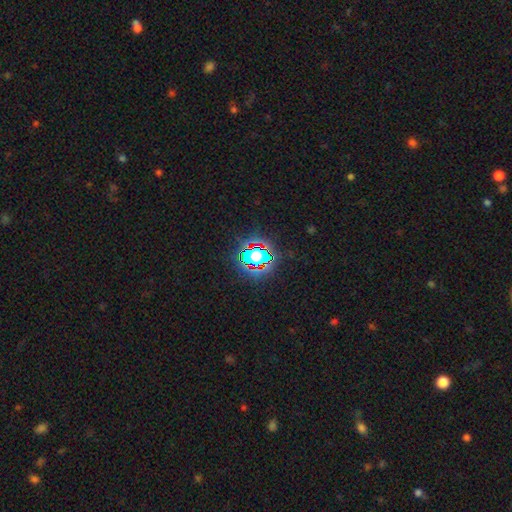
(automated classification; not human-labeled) Morphology: type=star or artifact (64%).